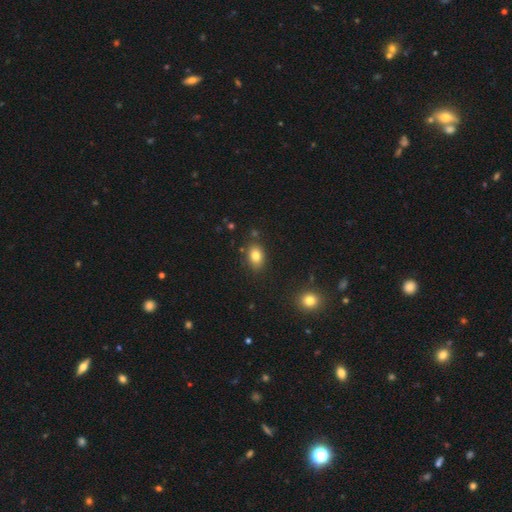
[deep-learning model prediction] Q: Smooth or featured?
A: smooth (81%); runner-up: star or artifact (10%)
Q: How rounded?
A: in between (78%); runner-up: round (20%)
Q: Merging?
A: none (83%); runner-up: minor disturbance (12%)